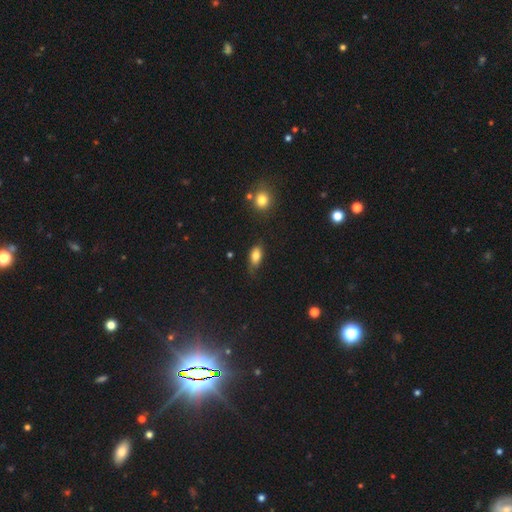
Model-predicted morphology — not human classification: smooth_or_featured: smooth (p=0.81) [alt: featured or disk p=0.10]
how_rounded: in between (p=0.87) [alt: round p=0.08]
merging: none (p=0.63) [alt: minor disturbance p=0.28]